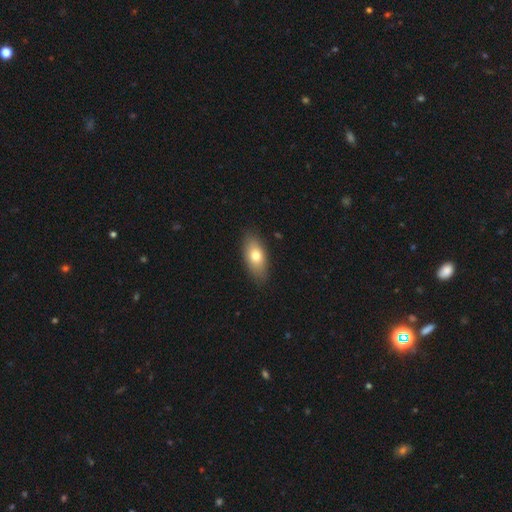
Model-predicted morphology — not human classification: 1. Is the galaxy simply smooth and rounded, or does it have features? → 75% smooth, 18% featured or disk, 7% star or artifact.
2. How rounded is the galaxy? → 88% in between, 8% cigar-shaped, 5% round.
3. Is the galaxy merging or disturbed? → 85% none, 12% minor disturbance, 2% major disturbance, 1% merger.